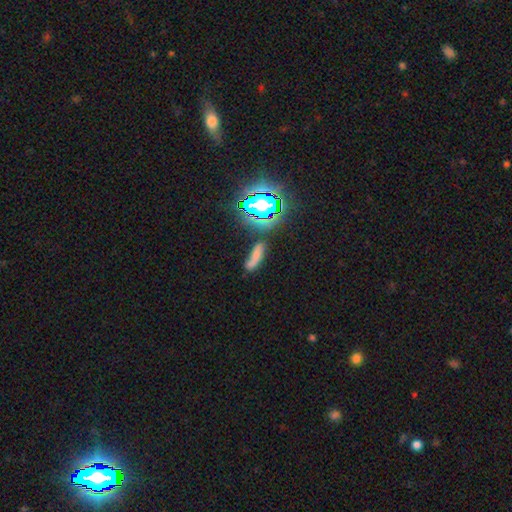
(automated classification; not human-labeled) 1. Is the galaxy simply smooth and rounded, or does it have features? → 55% smooth, 23% star or artifact, 22% featured or disk.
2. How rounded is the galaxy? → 52% cigar-shaped, 42% in between, 6% round.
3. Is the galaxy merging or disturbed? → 53% none, 22% minor disturbance, 13% merger, 12% major disturbance.